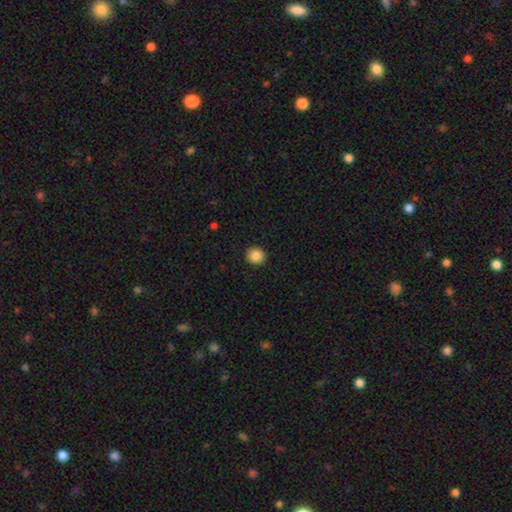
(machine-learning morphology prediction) This appears to be a smooth galaxy with no disk features (87%) that is round (90%). Merging: none (92%).